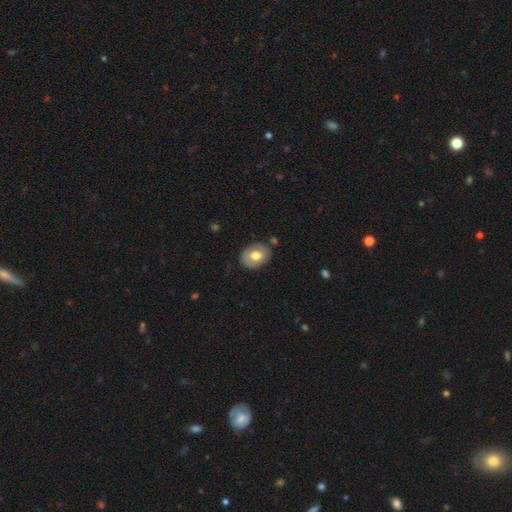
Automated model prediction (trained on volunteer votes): This appears to be a smooth galaxy with no disk features (66%) that is in between round and cigar-shaped (59%). Merging: none (80%).